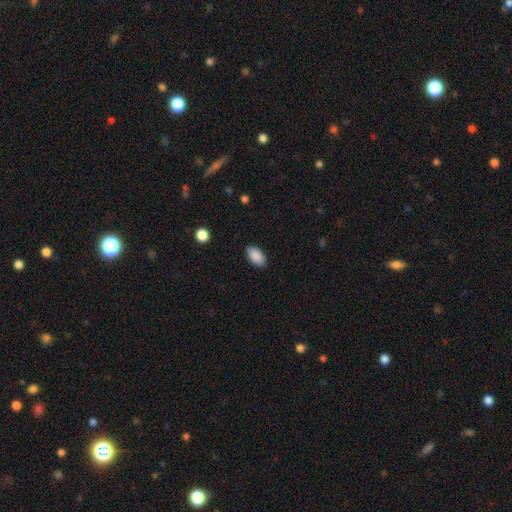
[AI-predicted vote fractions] Smooth or featured? smooth (90%)
How rounded? in between (94%)
Merging? none (87%)